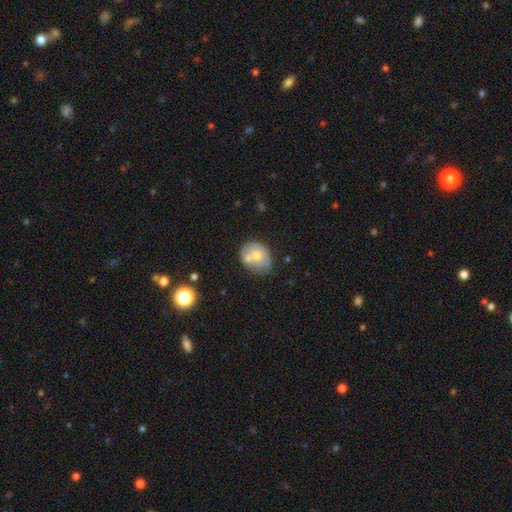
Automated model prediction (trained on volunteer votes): Overall: smooth (63%; featured or disk 28%). How rounded: round (60%; in between 40%). Merging: none (44%; merger 29%).